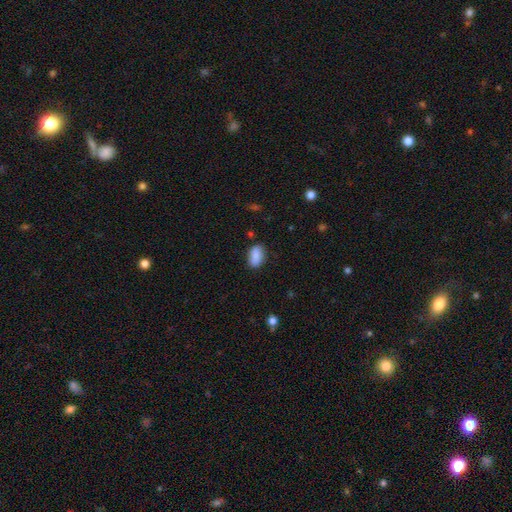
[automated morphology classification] Smooth or featured? smooth (87%)
How rounded? in between (91%)
Merging? none (82%)